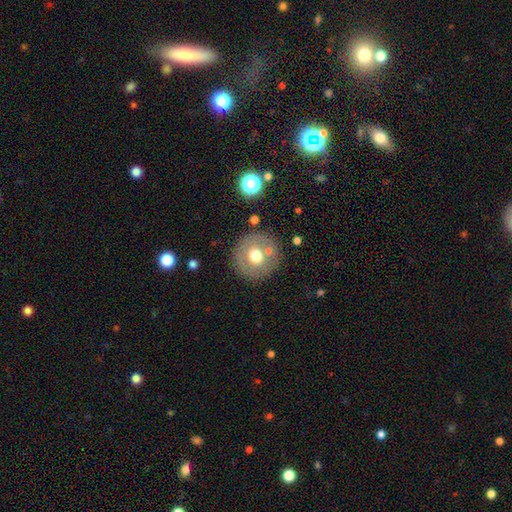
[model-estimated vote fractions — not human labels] Morphology: type=smooth (58%); roundness=round (94%); merging=none (79%).